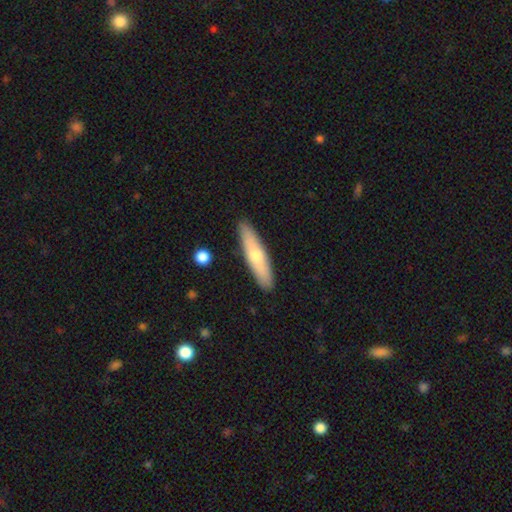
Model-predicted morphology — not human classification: The model was most divided on "smooth or featured": smooth: 59%, featured or disk: 36%, star or artifact: 5%. More confident: merging — none (90%); how rounded — cigar-shaped (79%).